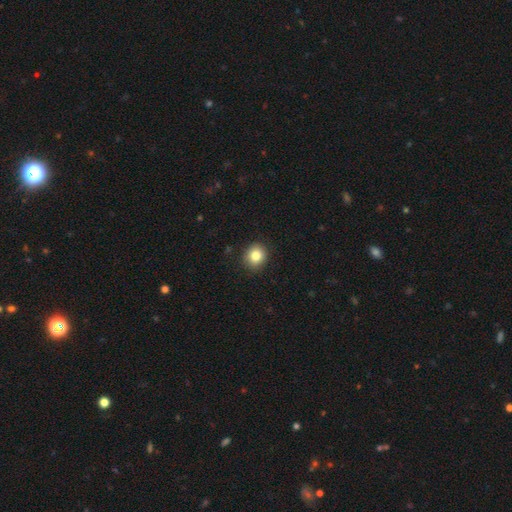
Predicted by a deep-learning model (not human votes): Smooth or featured?
  - smooth: 84% *
  - star or artifact: 10%
  - featured or disk: 6%
How rounded?
  - round: 82% *
  - in between: 18%
  - cigar-shaped: 1%
Merging?
  - none: 89% *
  - minor disturbance: 8%
  - major disturbance: 2%
  - merger: 1%